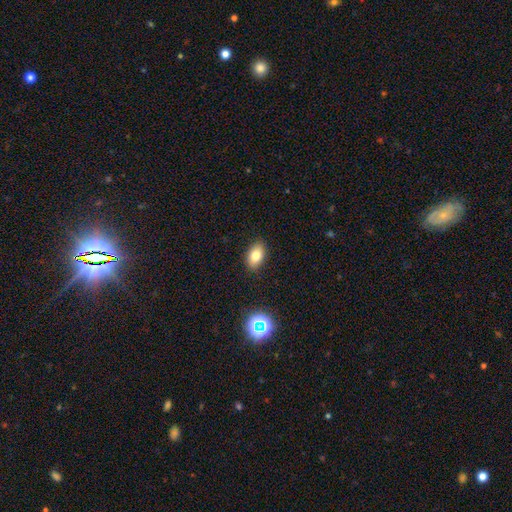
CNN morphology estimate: Overall: smooth (79%). How rounded: in between (88%). Merging: none (88%).